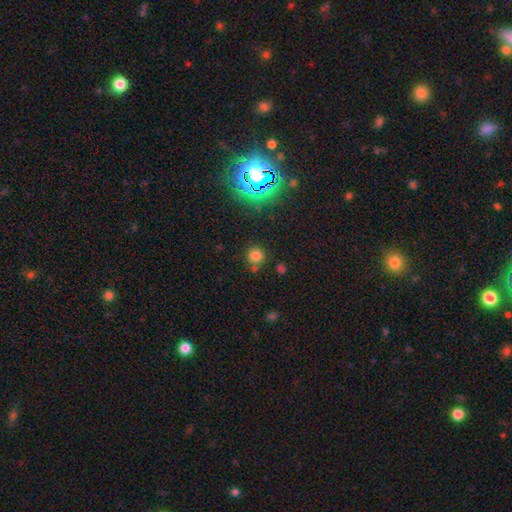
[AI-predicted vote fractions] This appears to be a smooth galaxy with no disk features (74%) that is round (92%). Merging: none (74%).